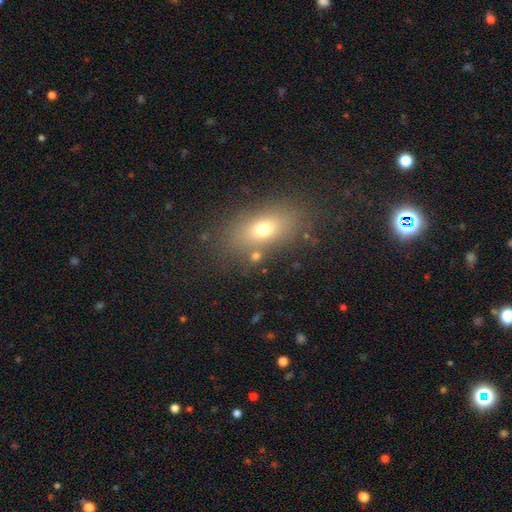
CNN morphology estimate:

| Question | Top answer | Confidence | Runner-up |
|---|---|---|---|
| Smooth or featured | smooth | 68% | star or artifact (16%) |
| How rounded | in between | 72% | round (22%) |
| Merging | none | 77% | minor disturbance (11%) |